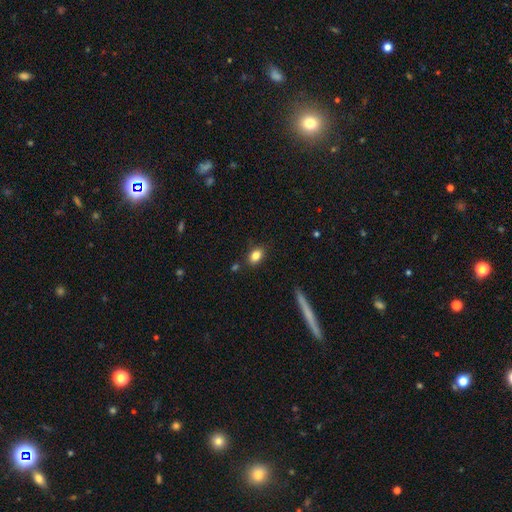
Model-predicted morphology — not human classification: Q: Smooth or featured?
A: smooth (82%); runner-up: star or artifact (9%)
Q: How rounded?
A: in between (79%); runner-up: round (18%)
Q: Merging?
A: none (82%); runner-up: minor disturbance (12%)